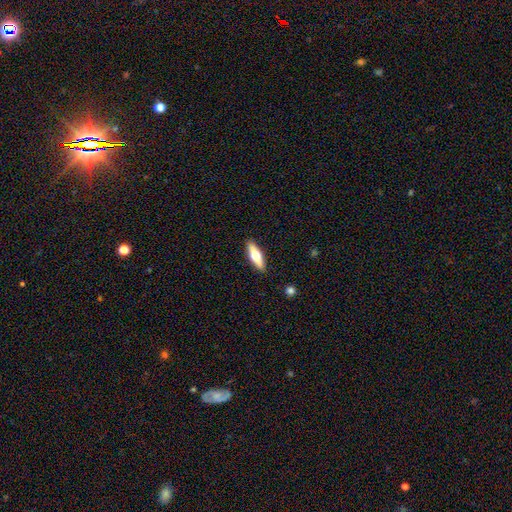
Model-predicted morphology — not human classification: Smooth or featured? Predicted: smooth (p=0.52). How rounded? Predicted: cigar-shaped (p=0.56). Merging? Predicted: none (p=0.90).